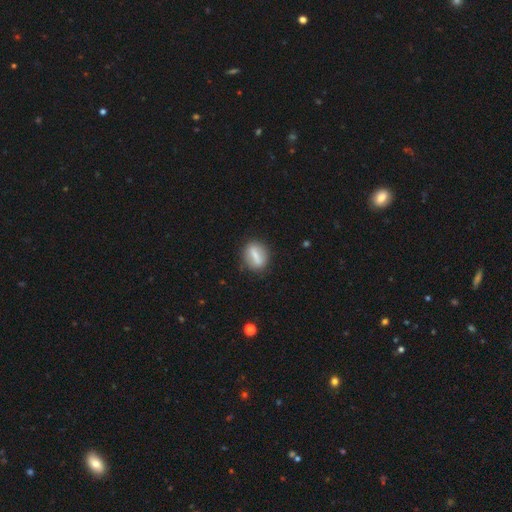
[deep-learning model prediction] Smooth or featured?
  - smooth: 56% *
  - featured or disk: 36%
  - star or artifact: 8%
How rounded?
  - in between: 55% *
  - round: 32%
  - cigar-shaped: 13%
Merging?
  - none: 84% *
  - minor disturbance: 11%
  - major disturbance: 4%
  - merger: 2%